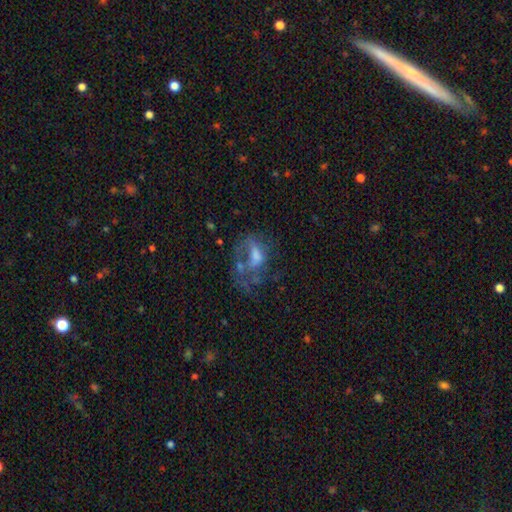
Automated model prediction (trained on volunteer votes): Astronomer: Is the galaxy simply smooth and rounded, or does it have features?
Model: featured or disk — 56%.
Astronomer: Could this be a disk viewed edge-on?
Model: no — 95%.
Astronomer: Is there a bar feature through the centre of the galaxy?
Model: no — 62%.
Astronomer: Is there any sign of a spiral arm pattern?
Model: no — 65%.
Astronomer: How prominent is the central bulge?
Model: moderate — 41% (runner-up: small, 27%).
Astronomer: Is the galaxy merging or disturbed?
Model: major disturbance — 45% (runner-up: none, 29%).